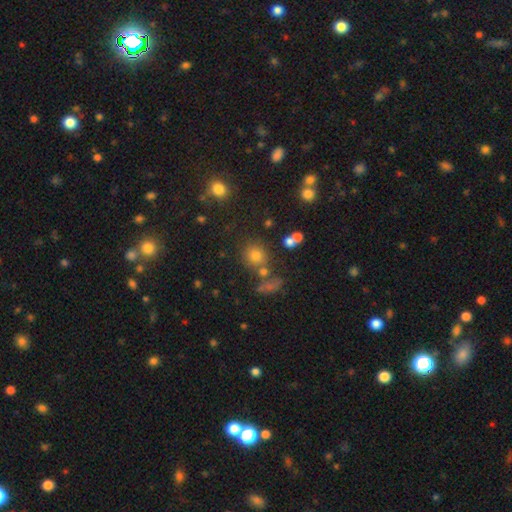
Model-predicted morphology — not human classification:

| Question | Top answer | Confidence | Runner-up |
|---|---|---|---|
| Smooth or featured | smooth | 70% | star or artifact (20%) |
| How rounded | round | 86% | in between (12%) |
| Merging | none | 71% | merger (14%) |